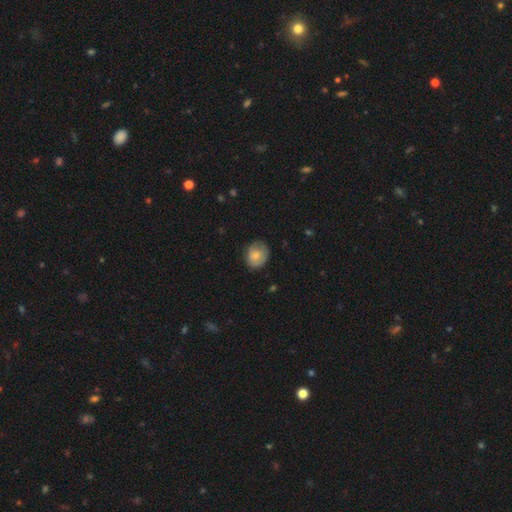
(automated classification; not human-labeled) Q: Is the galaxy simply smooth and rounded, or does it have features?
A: smooth — 74%.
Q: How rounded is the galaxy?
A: round — 62%.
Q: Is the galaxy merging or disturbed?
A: none — 72%.